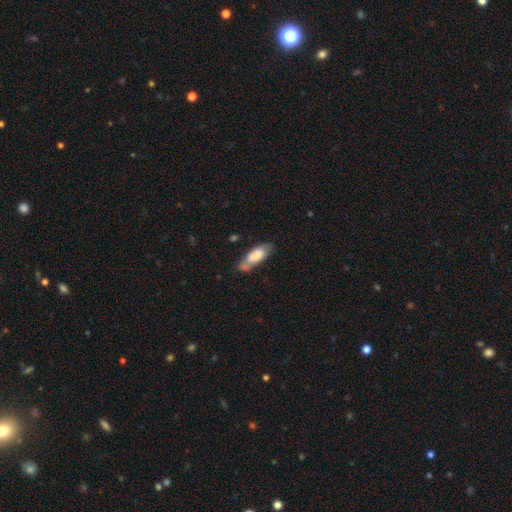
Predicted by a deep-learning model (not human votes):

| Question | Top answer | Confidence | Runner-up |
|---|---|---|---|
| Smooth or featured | smooth | 71% | featured or disk (22%) |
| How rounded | in between | 70% | cigar-shaped (28%) |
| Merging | none | 49% | minor disturbance (27%) |